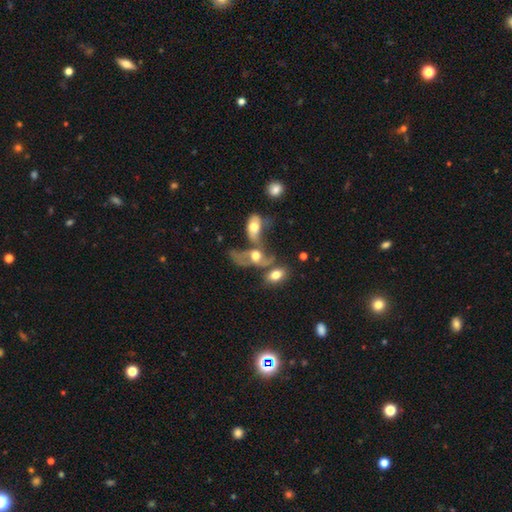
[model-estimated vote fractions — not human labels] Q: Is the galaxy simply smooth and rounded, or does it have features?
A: smooth — 50%.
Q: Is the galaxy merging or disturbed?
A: merger — 57%.